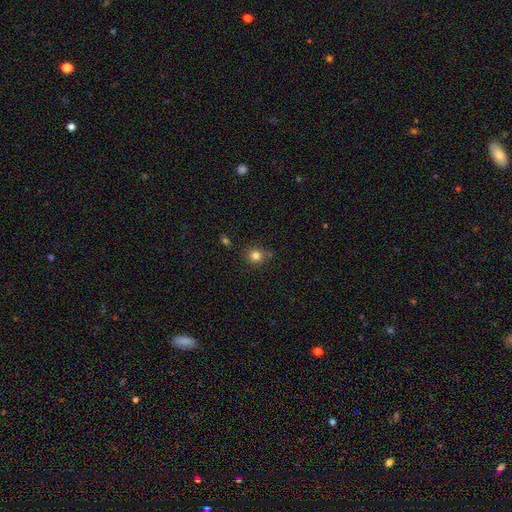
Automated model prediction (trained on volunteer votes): This is clearly a smooth galaxy (81%). How rounded: clearly round (90%). Merging: clearly none (81%).